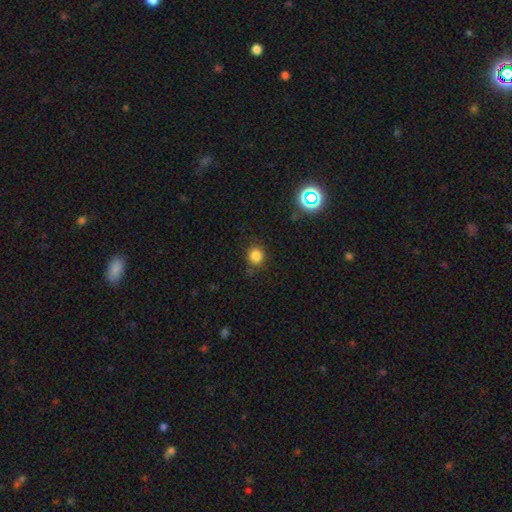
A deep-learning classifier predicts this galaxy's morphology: The model was most divided on "merging": none: 81%, minor disturbance: 13%, major disturbance: 4%, merger: 2%. More confident: how rounded — round (88%); smooth or featured — smooth (82%).